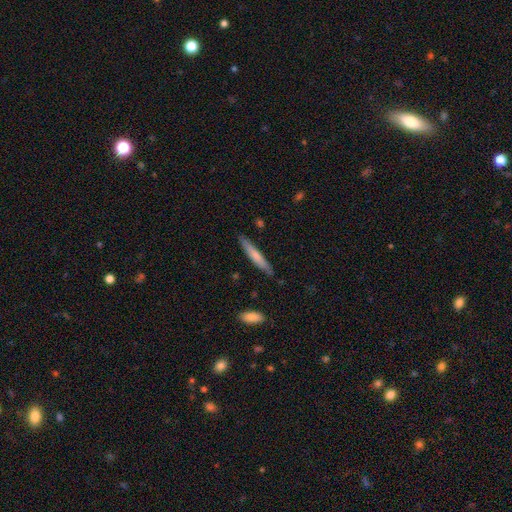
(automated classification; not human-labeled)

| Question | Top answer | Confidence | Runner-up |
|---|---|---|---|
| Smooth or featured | smooth | 66% | featured or disk (28%) |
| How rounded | cigar-shaped | 93% | in between (6%) |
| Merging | none | 85% | minor disturbance (11%) |